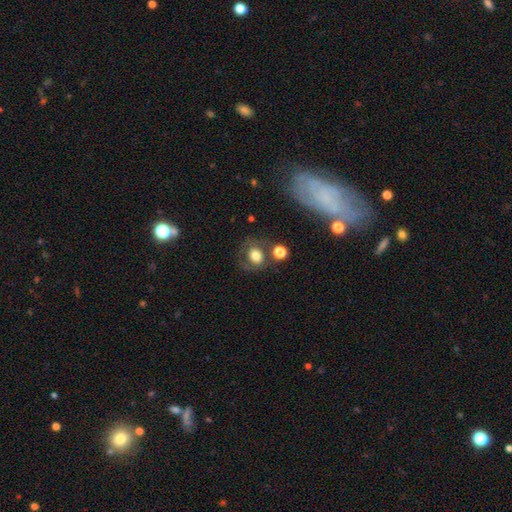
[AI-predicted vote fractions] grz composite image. It shows a smooth galaxy with no disk features (70%) that is round (70%). Merging: none (60%).